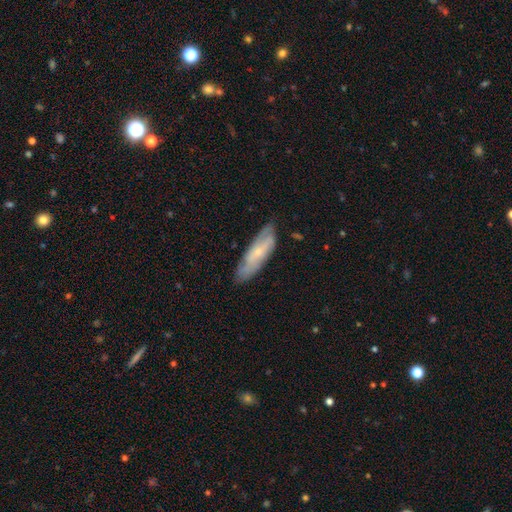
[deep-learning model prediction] Smooth or featured?
  - featured or disk: 52% *
  - smooth: 38%
  - star or artifact: 11%
Edge-on disk?
  - no: 61% *
  - yes: 39%
Merging?
  - none: 78% *
  - minor disturbance: 17%
  - major disturbance: 4%
  - merger: 1%